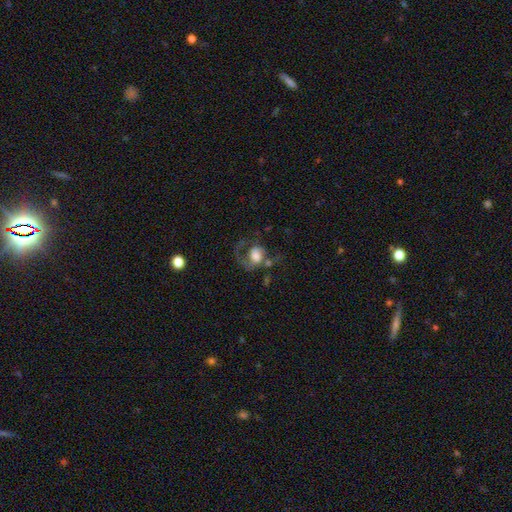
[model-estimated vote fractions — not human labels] Smooth or featured? Predicted: featured or disk (p=0.53). Edge-on disk? Predicted: no (p=0.97). Bar? Predicted: no (p=0.69). Spiral arms? Predicted: yes (p=0.75). Bulge size? Predicted: large (p=0.40). Merging? Predicted: major disturbance (p=0.42).